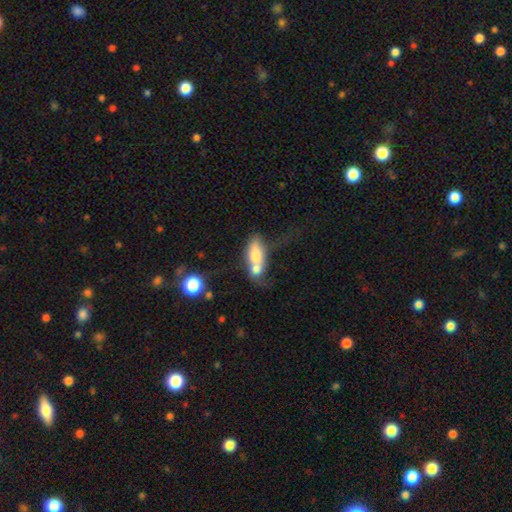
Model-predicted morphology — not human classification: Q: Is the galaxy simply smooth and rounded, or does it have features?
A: smooth — 66%.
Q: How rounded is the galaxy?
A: in between — 76%.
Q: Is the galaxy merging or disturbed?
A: merger — 67%.